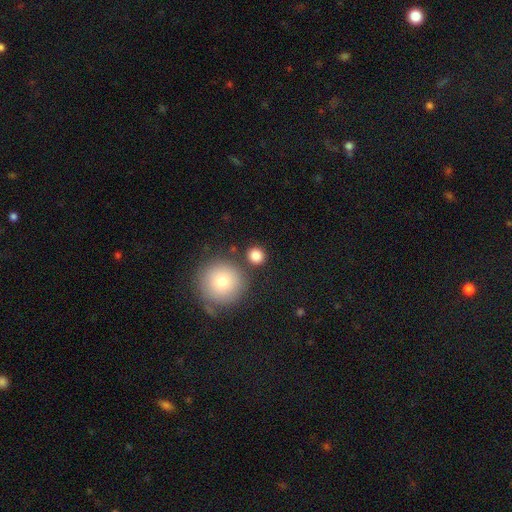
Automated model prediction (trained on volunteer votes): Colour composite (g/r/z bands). It shows a smooth galaxy with no disk features (84%) that is round (89%). Merging: none (81%).